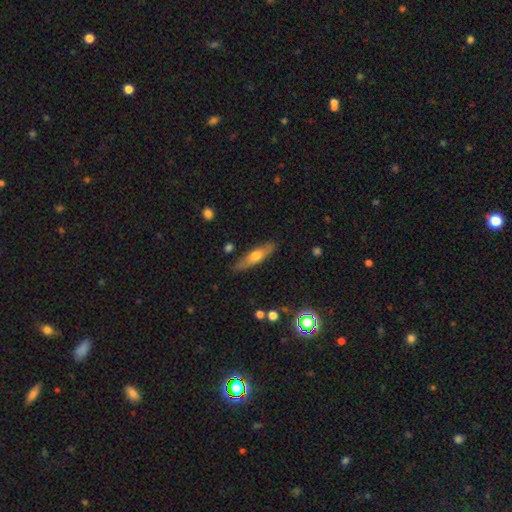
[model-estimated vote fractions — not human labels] smooth 49%, featured or disk 45%, star or artifact 6%. Down the decision tree: merging — none (85%).